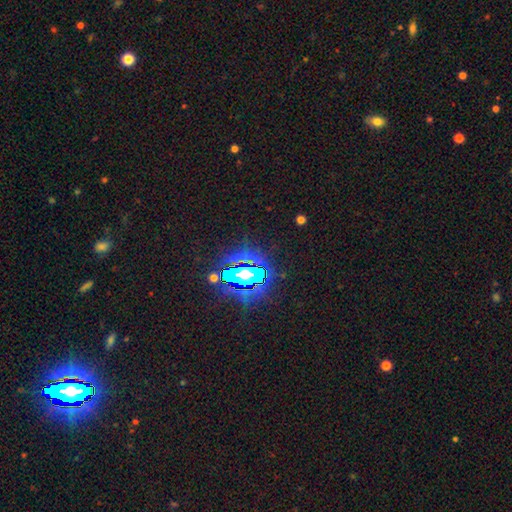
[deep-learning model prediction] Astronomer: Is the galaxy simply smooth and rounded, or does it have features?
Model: star or artifact — 85%.